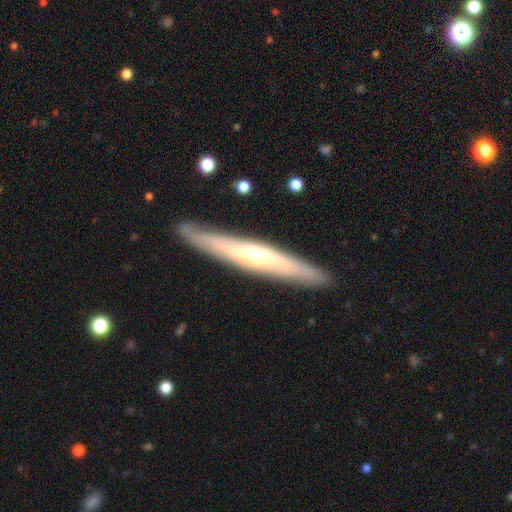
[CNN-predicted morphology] A featured or disk galaxy (65%) viewed edge-on (88%) with a rounded central bulge (74%).

Vote fractions:
- Smooth or featured? featured or disk: 65% / smooth: 29% / star or artifact: 5%
- Edge-on disk? yes: 88% / no: 12%
- Edge-on bulge? rounded: 74% / none: 21% / boxy: 4%
- Merging? none: 88% / minor disturbance: 9% / major disturbance: 2% / merger: 1%